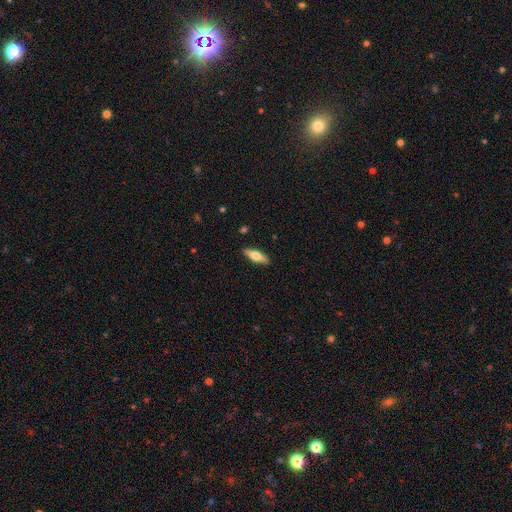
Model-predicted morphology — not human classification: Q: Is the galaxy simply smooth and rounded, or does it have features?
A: smooth — 54%.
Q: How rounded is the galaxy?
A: in between — 49%.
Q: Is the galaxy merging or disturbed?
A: none — 89%.